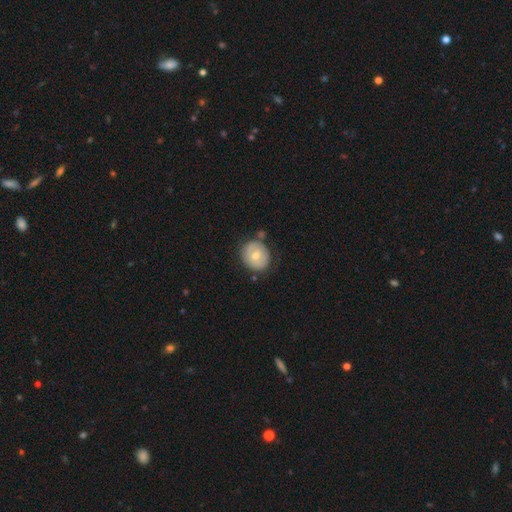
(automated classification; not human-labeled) smooth_or_featured: smooth (p=0.62) [alt: featured or disk p=0.31]
how_rounded: round (p=0.76) [alt: in between p=0.23]
merging: none (p=0.70) [alt: minor disturbance p=0.19]